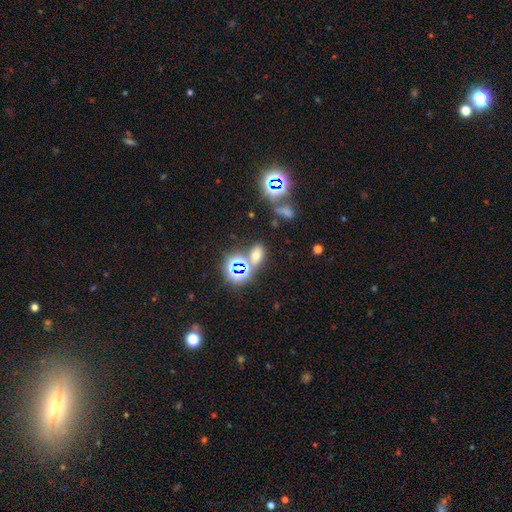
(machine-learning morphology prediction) smooth 53%, star or artifact 38%, featured or disk 10%. Down the decision tree: how rounded — in between (79%); merging — none (68%).